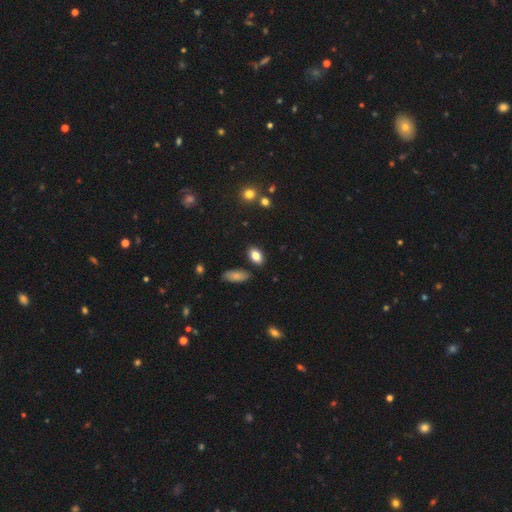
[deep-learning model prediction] The model was most divided on "merging": none: 84%, minor disturbance: 10%, merger: 4%, major disturbance: 2%. More confident: how rounded — in between (88%); smooth or featured — smooth (84%).